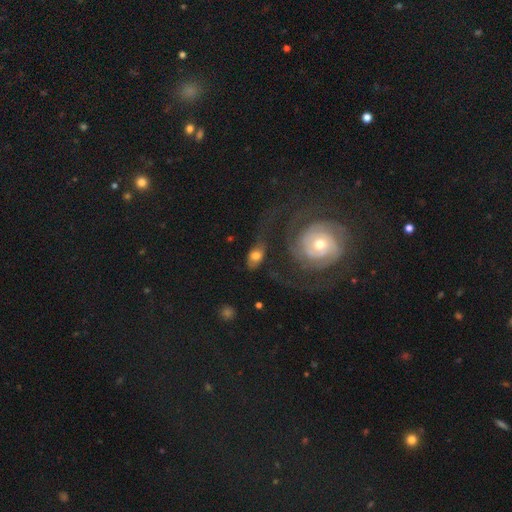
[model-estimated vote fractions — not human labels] This is possibly a smooth galaxy (54%). How rounded: likely in between (79%). Merging: marginally none (43%).